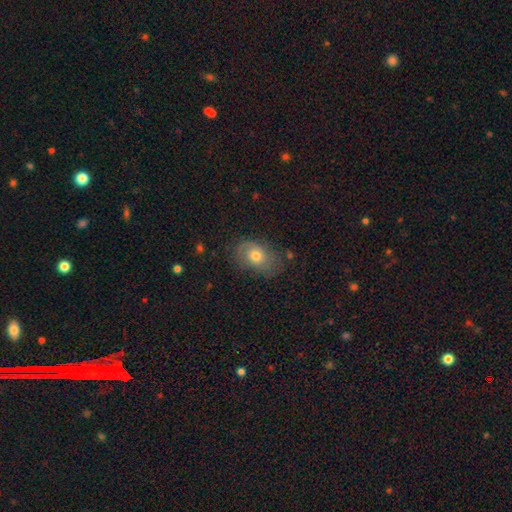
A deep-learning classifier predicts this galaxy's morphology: This is possibly a smooth galaxy (55%). How rounded: likely in between (76%). Merging: possibly none (58%).